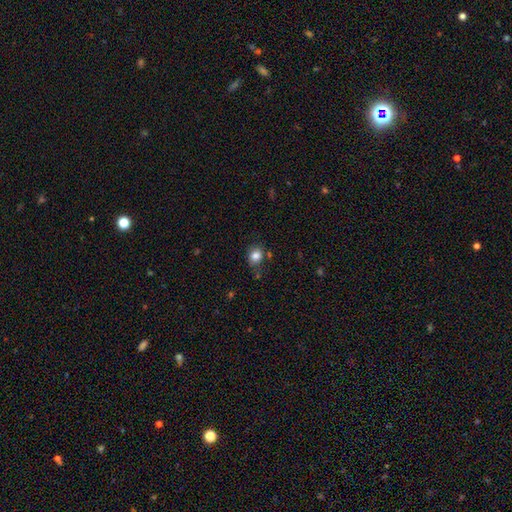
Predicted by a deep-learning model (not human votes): Morphology: type=smooth (83%); roundness=round (64%); merging=none (72%).